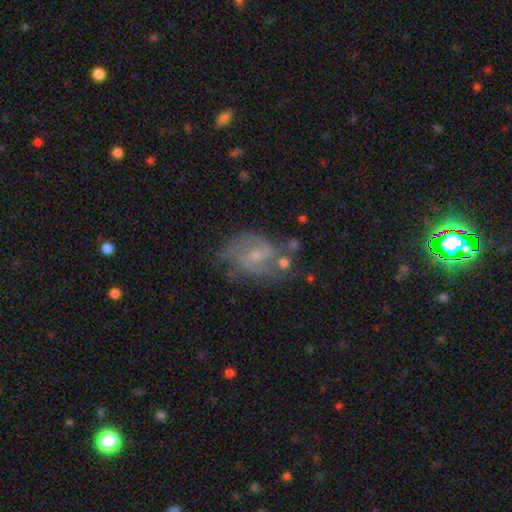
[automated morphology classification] Smooth or featured? featured or disk (81%)
Edge-on disk? no (97%)
Bar? weak (50%)
Spiral arms? yes (91%)
Spiral winding? medium (52%)
Spiral arm count? 2 (70%)
Bulge size? small (65%)
Merging? none (56%)